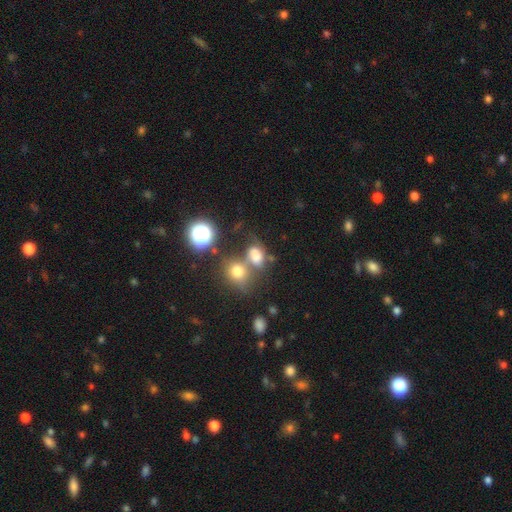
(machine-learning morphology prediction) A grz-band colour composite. It shows a smooth galaxy with no disk features (68%) that is in between round and cigar-shaped (65%). Merging: merger (42%).